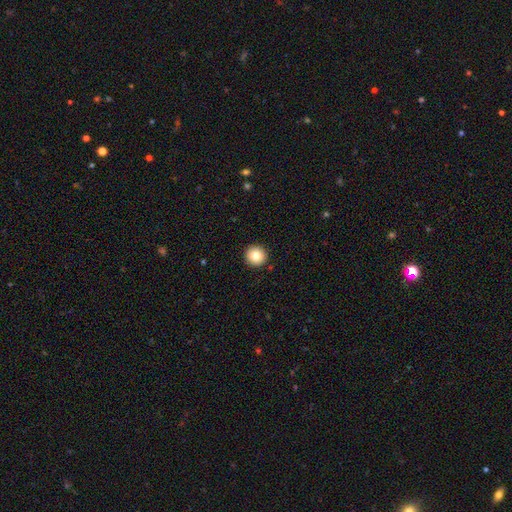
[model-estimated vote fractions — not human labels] The model was most divided on "smooth or featured": smooth: 83%, star or artifact: 9%, featured or disk: 8%. More confident: how rounded — round (96%); merging — none (93%).